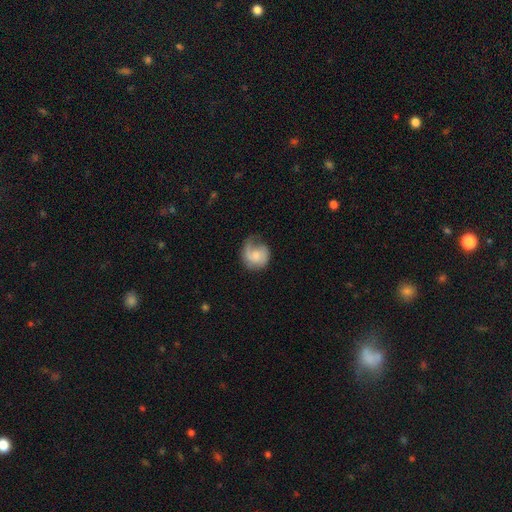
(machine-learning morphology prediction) type=featured or disk (49%); merging=none (45%).